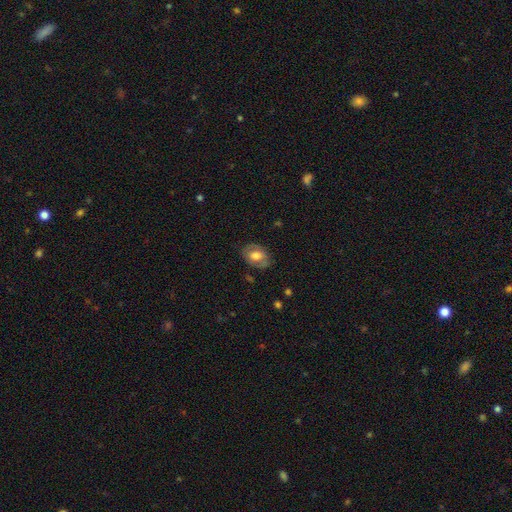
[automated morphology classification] A smooth galaxy with no disk features (59%) that is in between round and cigar-shaped (71%). Merging: none (77%).